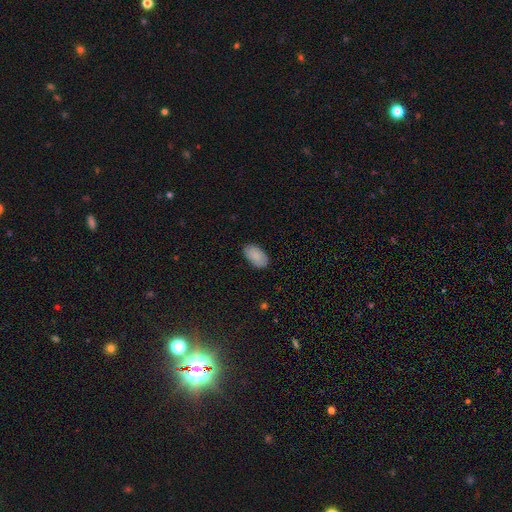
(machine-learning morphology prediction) A smooth galaxy with no disk features (88%) that is in between round and cigar-shaped (95%). Merging: none (86%).